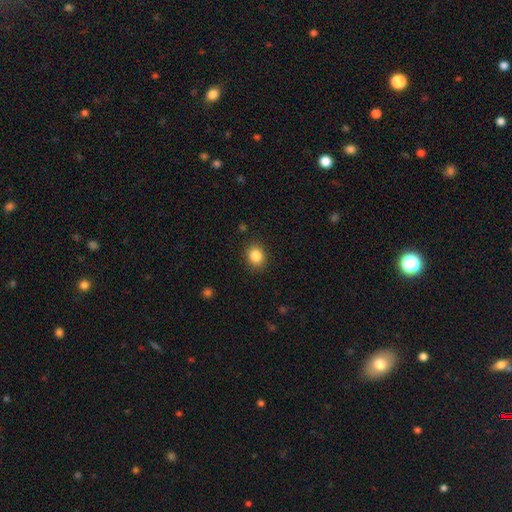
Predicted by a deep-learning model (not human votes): smooth 86%, star or artifact 10%, featured or disk 5%. Down the decision tree: how rounded — round (66%); merging — none (87%).